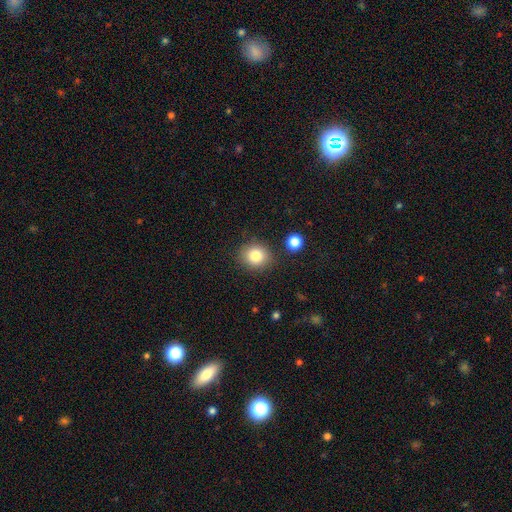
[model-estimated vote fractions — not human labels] smooth_or_featured: smooth (p=0.82) [alt: star or artifact p=0.10]
how_rounded: round (p=0.80) [alt: in between p=0.19]
merging: none (p=0.83) [alt: minor disturbance p=0.09]